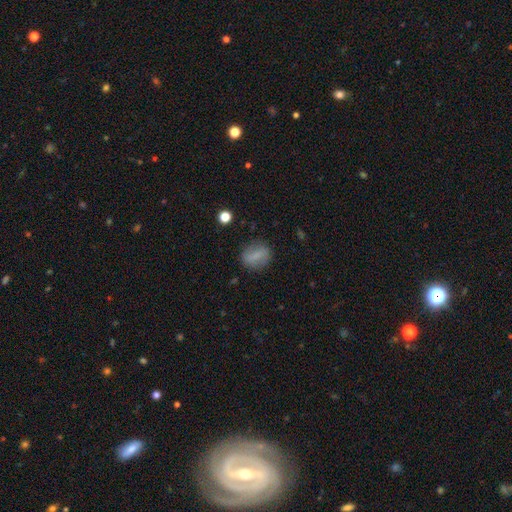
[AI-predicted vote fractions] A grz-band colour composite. It shows a smooth galaxy with no disk features (75%) that is round (48%, tied with in between). Merging: none (82%).